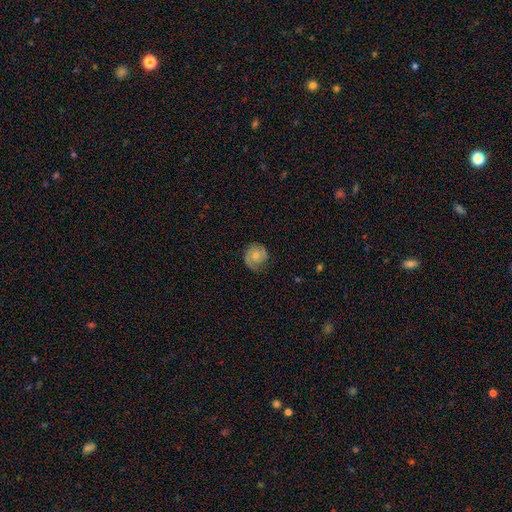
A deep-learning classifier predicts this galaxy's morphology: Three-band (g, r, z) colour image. It shows a featured or disk galaxy (48%). Merging: none (72%).